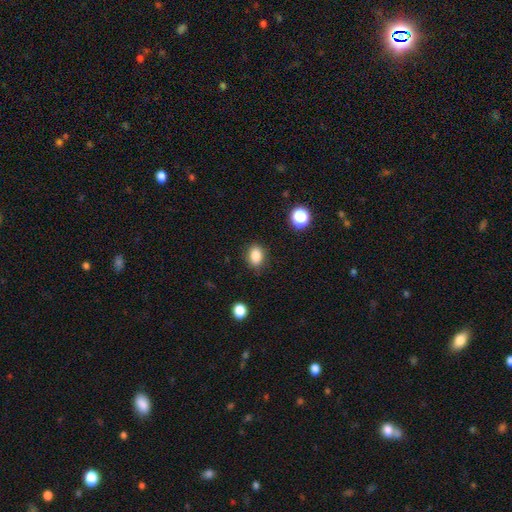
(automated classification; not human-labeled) smooth_or_featured: smooth (p=0.85) [alt: star or artifact p=0.11]
how_rounded: in between (p=0.66) [alt: round p=0.32]
merging: none (p=0.85) [alt: minor disturbance p=0.11]